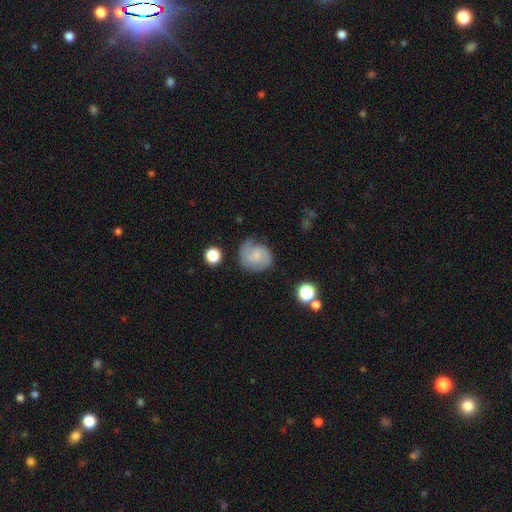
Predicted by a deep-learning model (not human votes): This is possibly a smooth galaxy (47%). Merging: likely none (60%).